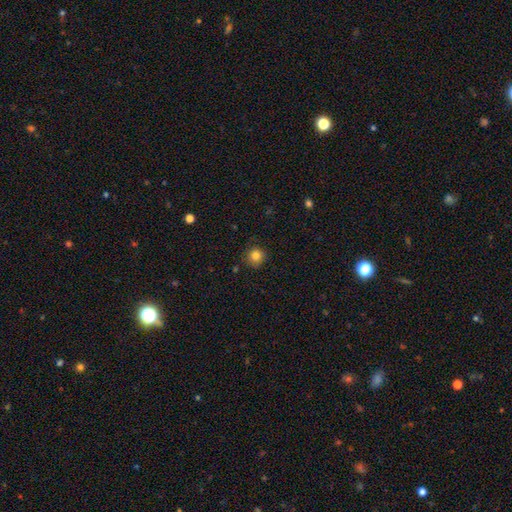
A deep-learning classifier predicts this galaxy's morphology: This is clearly a smooth galaxy (83%). How rounded: clearly round (92%). Merging: clearly none (85%).